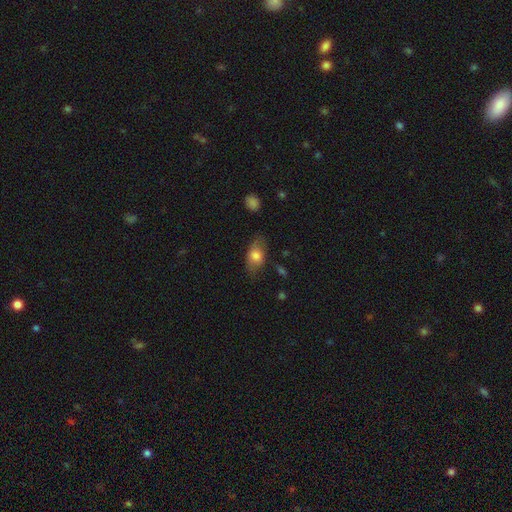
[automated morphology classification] Smooth or featured? smooth (72%)
How rounded? in between (85%)
Merging? none (69%)